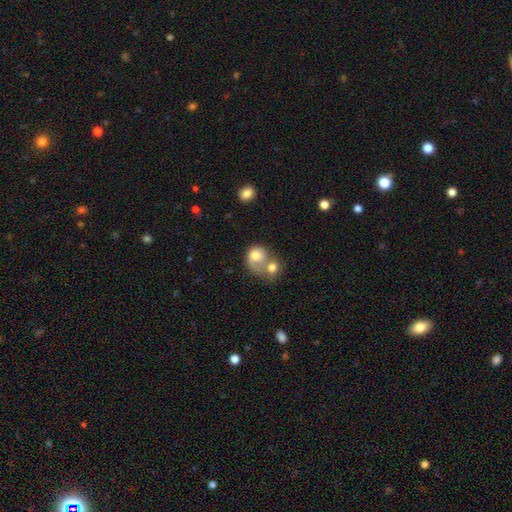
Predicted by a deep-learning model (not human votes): smooth 67%, featured or disk 25%, star or artifact 8%. Down the decision tree: how rounded — round (66%); merging — merger (68%).